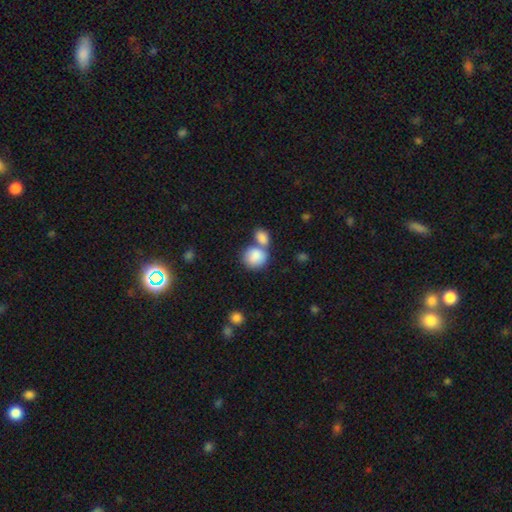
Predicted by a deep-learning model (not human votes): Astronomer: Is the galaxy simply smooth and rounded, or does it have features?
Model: smooth — 86%.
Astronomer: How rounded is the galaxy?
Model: round — 71%.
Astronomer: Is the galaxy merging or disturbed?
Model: merger — 52% (runner-up: none, 35%).